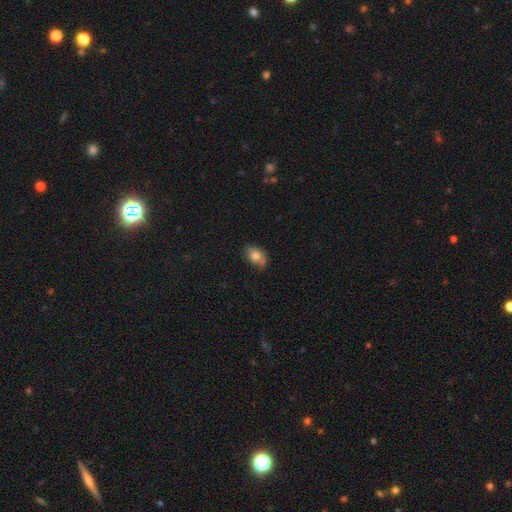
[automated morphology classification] A smooth galaxy with no disk features (76%) that is in between round and cigar-shaped (83%).

Vote fractions:
- Smooth or featured? smooth: 76% / featured or disk: 16% / star or artifact: 8%
- How rounded? in between: 83% / round: 15% / cigar-shaped: 2%
- Merging? none: 59% / minor disturbance: 32% / major disturbance: 8% / merger: 2%